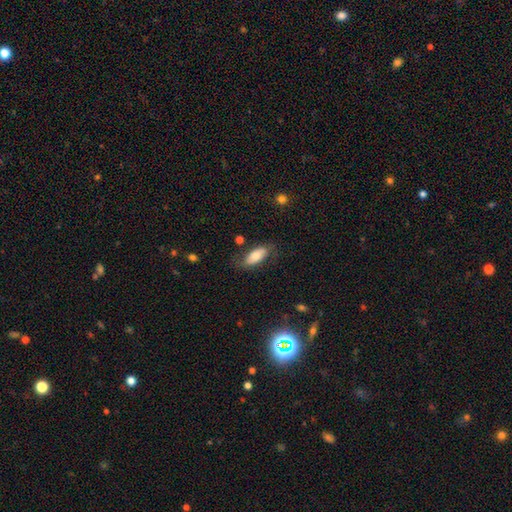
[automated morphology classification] A smooth galaxy with no disk features (68%) that is in between round and cigar-shaped (86%). Merging: none (70%).